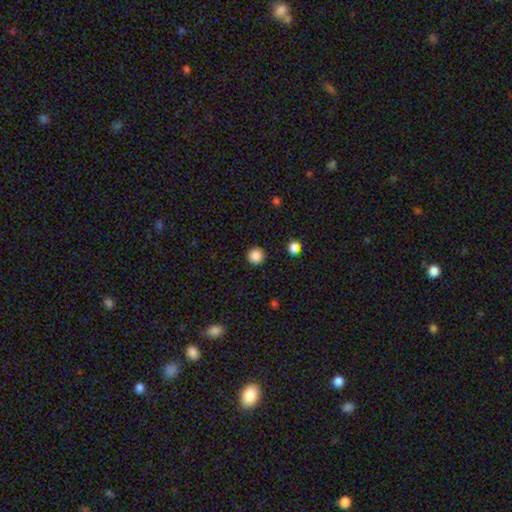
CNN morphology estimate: smooth-or-featured: smooth: 86% | star or artifact: 11% | featured or disk: 3%
  how-rounded: round: 95% | in between: 4% | cigar-shaped: 1%
  merging: none: 92% | minor disturbance: 5% | major disturbance: 2% | merger: 1%